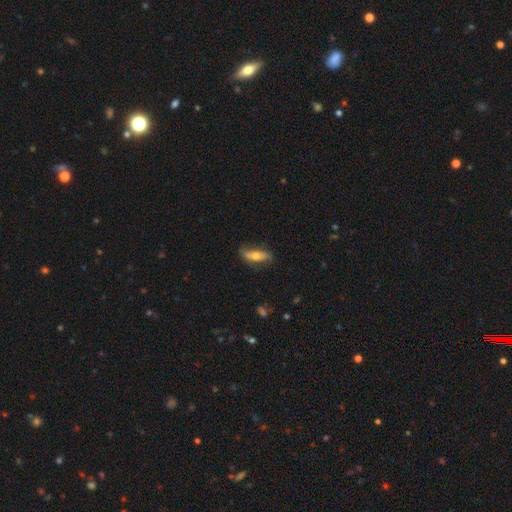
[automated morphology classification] smooth_or_featured: smooth (p=0.49) [alt: featured or disk p=0.45]
merging: none (p=0.70) [alt: minor disturbance p=0.22]